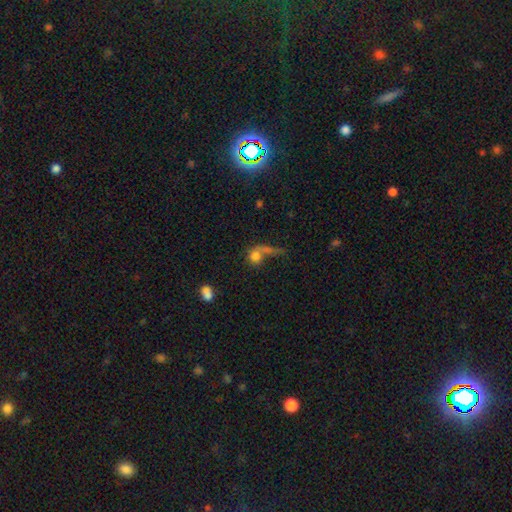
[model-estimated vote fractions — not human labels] Smooth or featured: smooth — 44% (star or artifact — 32%)
Merging: merger — 33% (none — 31%)